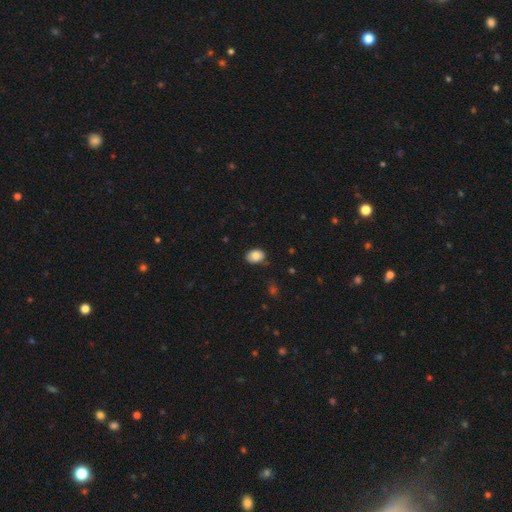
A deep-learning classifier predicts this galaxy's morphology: A smooth galaxy with no disk features (82%) that is in between round and cigar-shaped (72%).

Vote fractions:
- Smooth or featured? smooth: 82% / featured or disk: 10% / star or artifact: 8%
- How rounded? in between: 72% / round: 27% / cigar-shaped: 1%
- Merging? none: 78% / minor disturbance: 17% / major disturbance: 3% / merger: 2%